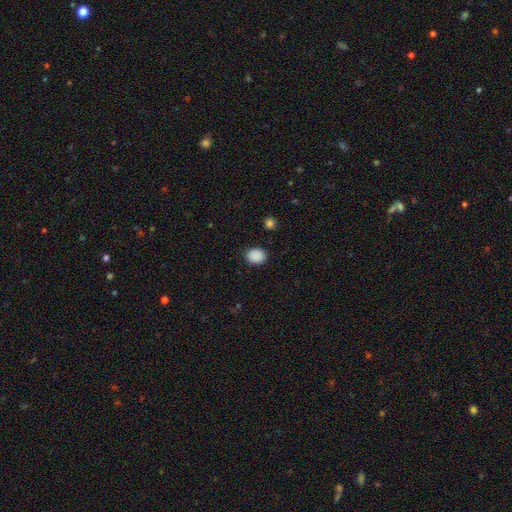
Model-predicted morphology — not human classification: Overall: smooth (89%). How rounded: round (50%; in between 49%). Merging: none (89%).